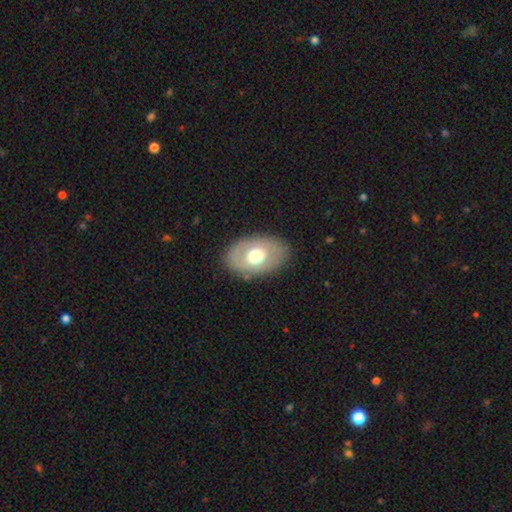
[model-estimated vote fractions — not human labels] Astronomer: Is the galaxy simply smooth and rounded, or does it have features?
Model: smooth — 54% (runner-up: featured or disk, 40%).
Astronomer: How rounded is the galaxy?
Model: in between — 83%.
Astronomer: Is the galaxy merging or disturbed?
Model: none — 83%.